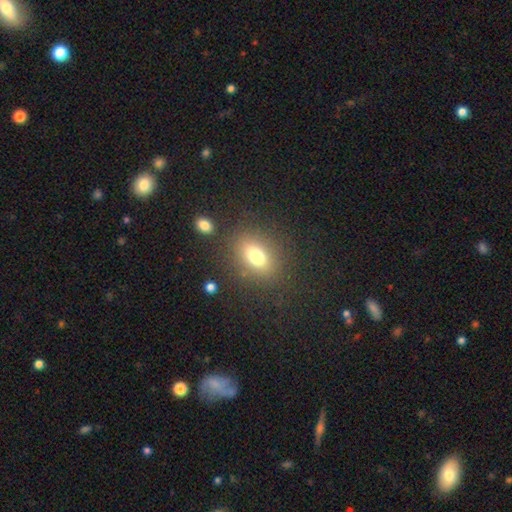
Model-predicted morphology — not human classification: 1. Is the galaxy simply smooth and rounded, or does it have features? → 75% smooth, 13% featured or disk, 12% star or artifact.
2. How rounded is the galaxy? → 75% in between, 22% round, 3% cigar-shaped.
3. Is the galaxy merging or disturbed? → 81% none, 10% minor disturbance, 5% major disturbance, 3% merger.